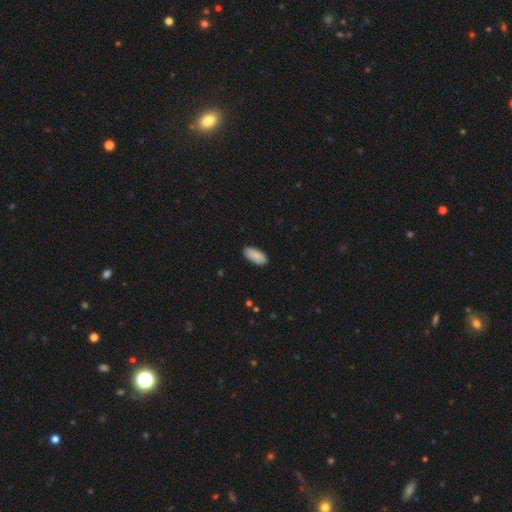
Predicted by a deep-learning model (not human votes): Smooth or featured? Predicted: smooth (p=0.88). How rounded? Predicted: in between (p=0.91). Merging? Predicted: none (p=0.87).